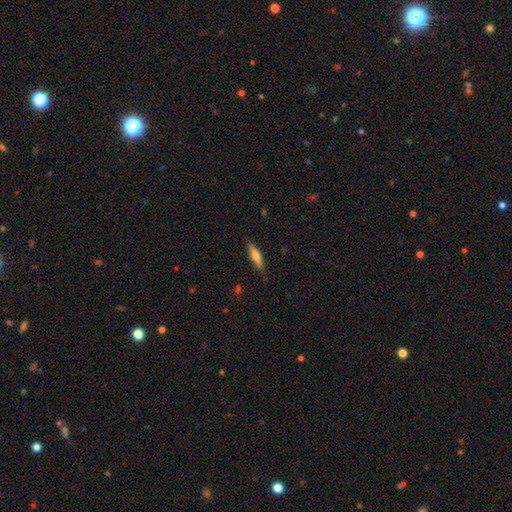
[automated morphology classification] Smooth or featured?
  - smooth: 65% *
  - featured or disk: 29%
  - star or artifact: 6%
How rounded?
  - cigar-shaped: 72% *
  - in between: 26%
  - round: 2%
Merging?
  - none: 86% *
  - minor disturbance: 10%
  - major disturbance: 2%
  - merger: 1%